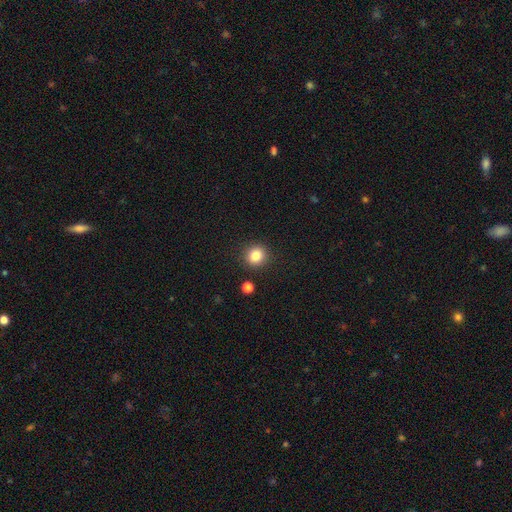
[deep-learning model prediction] smooth 84%, star or artifact 11%, featured or disk 5%. Down the decision tree: how rounded — round (88%); merging — none (89%).